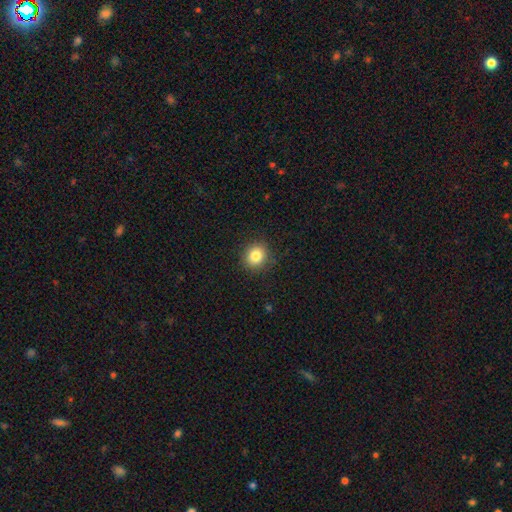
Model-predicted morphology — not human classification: type=smooth (83%); roundness=round (81%); merging=none (89%).